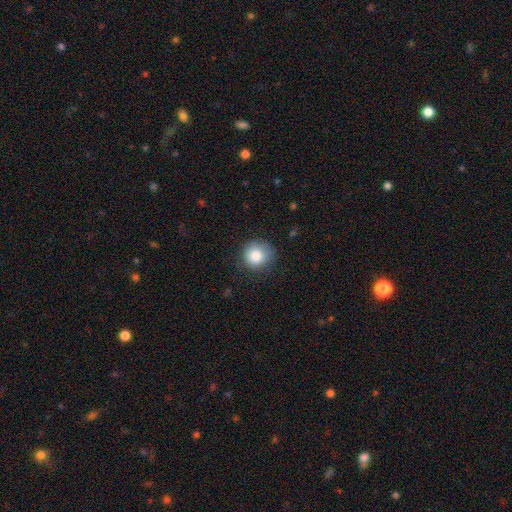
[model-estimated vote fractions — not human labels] This appears to be a smooth galaxy with no disk features (83%) that is round (90%). Merging: none (79%).